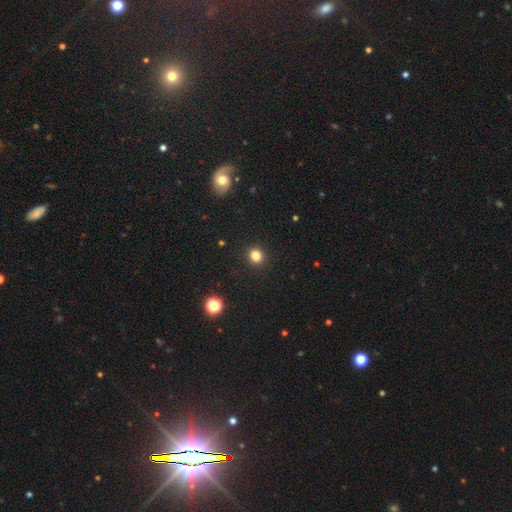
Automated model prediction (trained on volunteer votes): Smooth or featured?
  - smooth: 83% *
  - star or artifact: 13%
  - featured or disk: 4%
How rounded?
  - round: 86% *
  - in between: 13%
  - cigar-shaped: 1%
Merging?
  - none: 92% *
  - minor disturbance: 5%
  - major disturbance: 2%
  - merger: 1%